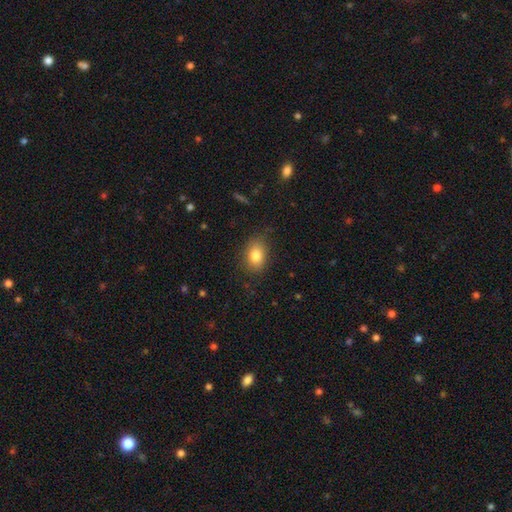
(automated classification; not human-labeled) Q: Smooth or featured?
A: smooth (82%); runner-up: star or artifact (9%)
Q: How rounded?
A: in between (74%); runner-up: round (25%)
Q: Merging?
A: none (80%); runner-up: minor disturbance (15%)